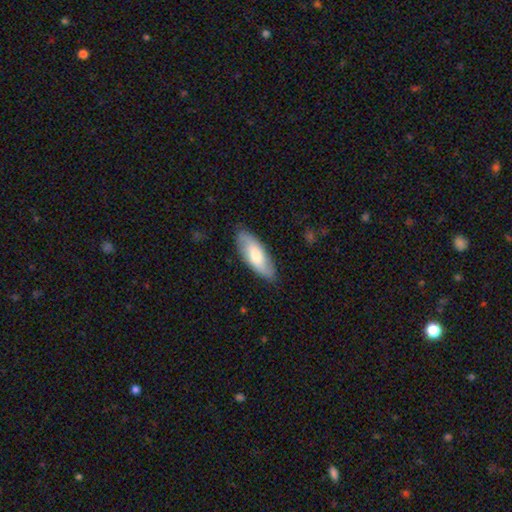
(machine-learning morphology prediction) Overall: smooth (63%; featured or disk 31%). How rounded: in between (73%). Merging: none (85%).